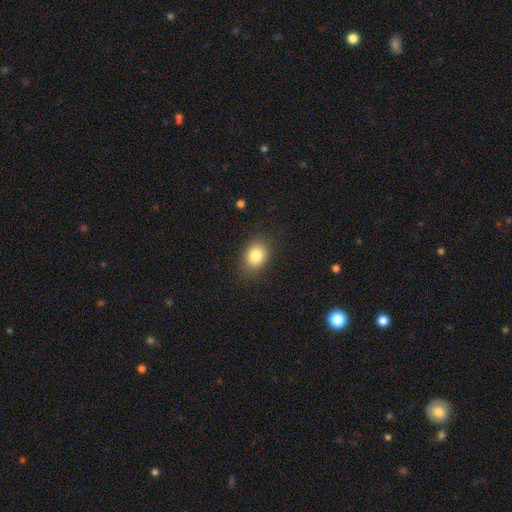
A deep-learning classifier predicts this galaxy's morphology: Smooth or featured? smooth (83%)
How rounded? in between (58%)
Merging? none (84%)